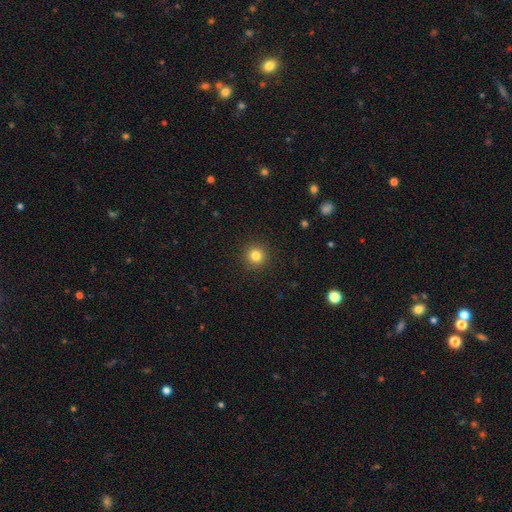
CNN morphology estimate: smooth 82%, star or artifact 12%, featured or disk 6%. Down the decision tree: how rounded — round (95%); merging — none (92%).